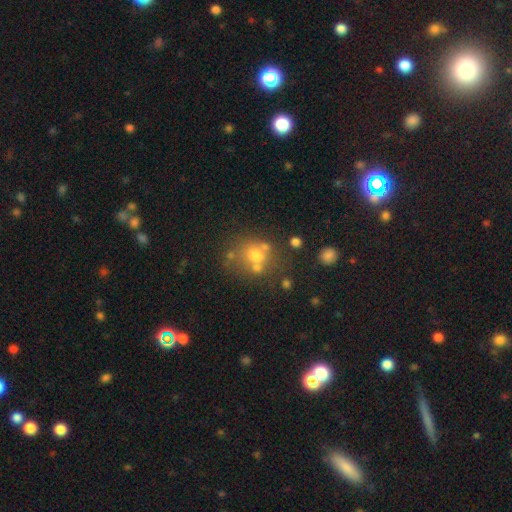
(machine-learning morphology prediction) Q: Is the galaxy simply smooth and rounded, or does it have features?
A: smooth — 60%.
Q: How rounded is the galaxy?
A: round — 73%.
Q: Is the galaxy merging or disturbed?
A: none — 50%.